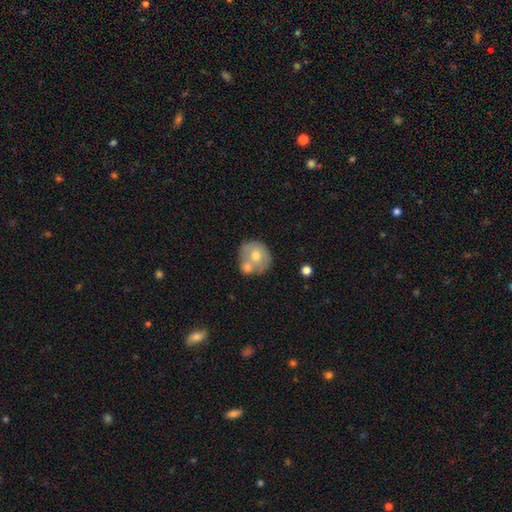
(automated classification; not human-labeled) Q: Smooth or featured?
A: smooth (60%); runner-up: featured or disk (32%)
Q: How rounded?
A: round (82%); runner-up: in between (17%)
Q: Merging?
A: merger (43%); runner-up: none (41%)